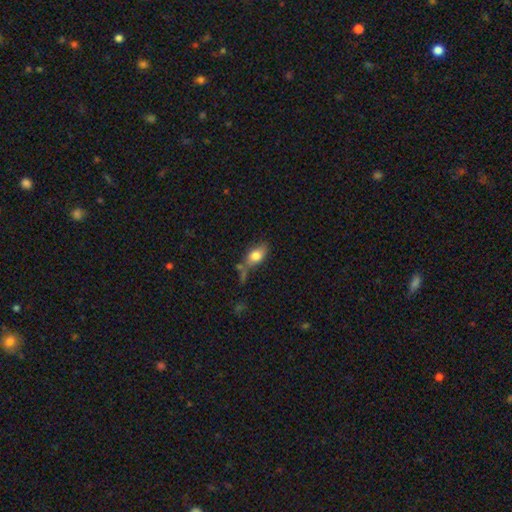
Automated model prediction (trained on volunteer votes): Smooth or featured?
  - smooth: 77% *
  - featured or disk: 16%
  - star or artifact: 8%
How rounded?
  - in between: 84% *
  - round: 10%
  - cigar-shaped: 6%
Merging?
  - none: 52% *
  - minor disturbance: 22%
  - merger: 17%
  - major disturbance: 9%